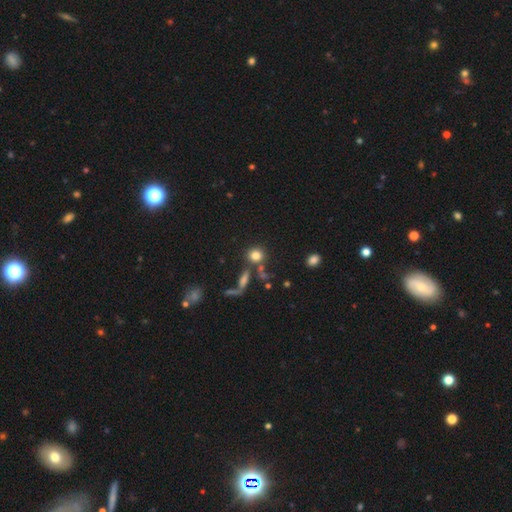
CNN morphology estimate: Smooth or featured? smooth (79%)
How rounded? round (81%)
Merging? none (66%)